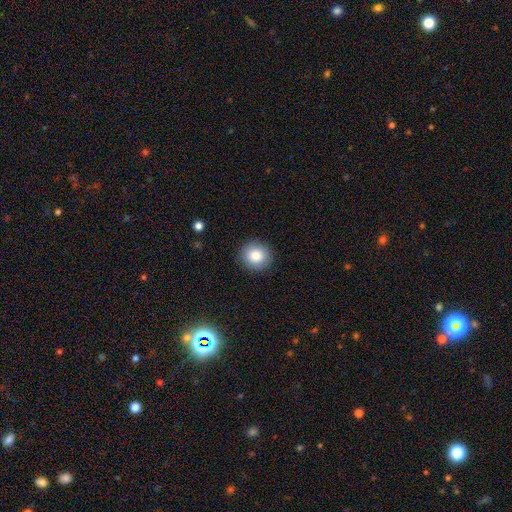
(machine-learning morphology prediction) Smooth or featured: smooth — 84% (star or artifact — 9%)
How rounded: round — 90% (in between — 9%)
Merging: none — 91% (minor disturbance — 7%)